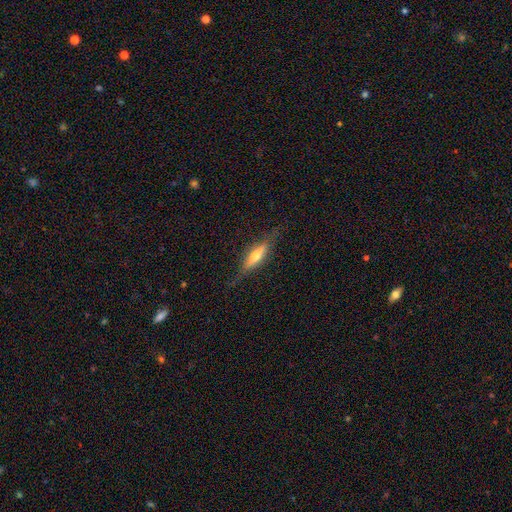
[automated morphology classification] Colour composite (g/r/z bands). It shows a featured or disk galaxy (60%) viewed edge-on (92%) with a rounded central bulge (87%). Merging: none (79%).